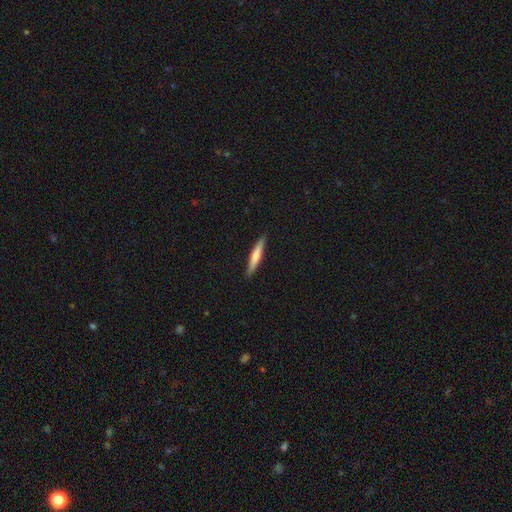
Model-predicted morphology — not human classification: Smooth or featured?
  - smooth: 62% *
  - featured or disk: 33%
  - star or artifact: 5%
How rounded?
  - cigar-shaped: 92% *
  - in between: 7%
  - round: 1%
Merging?
  - none: 91% *
  - minor disturbance: 7%
  - major disturbance: 1%
  - merger: 1%